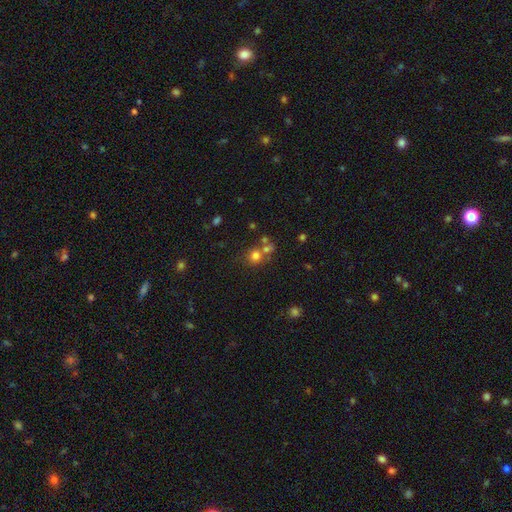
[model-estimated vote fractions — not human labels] This appears to be a smooth galaxy with no disk features (72%) that is round (86%). Merging: none (56%).